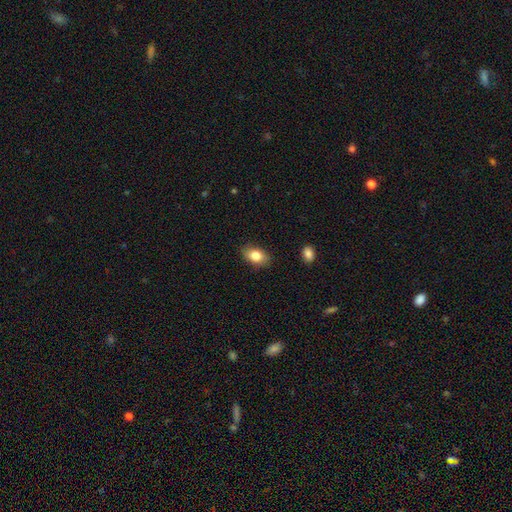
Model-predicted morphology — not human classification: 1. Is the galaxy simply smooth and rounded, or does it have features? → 83% smooth, 10% featured or disk, 8% star or artifact.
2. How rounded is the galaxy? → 85% in between, 13% round, 2% cigar-shaped.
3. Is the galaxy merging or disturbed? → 85% none, 12% minor disturbance, 2% major disturbance, 1% merger.